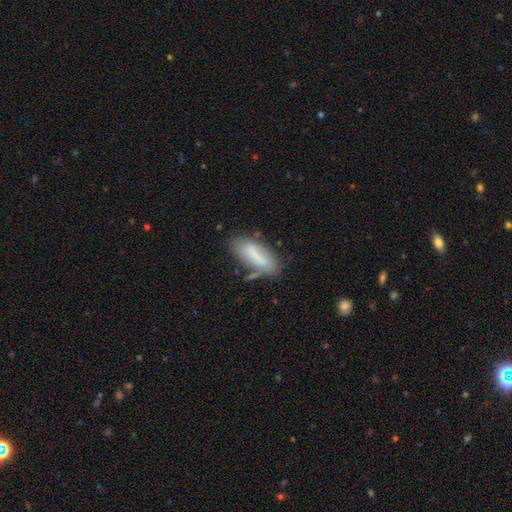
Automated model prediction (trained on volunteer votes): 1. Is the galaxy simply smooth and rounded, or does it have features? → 68% smooth, 24% featured or disk, 8% star or artifact.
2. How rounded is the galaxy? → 69% in between, 28% cigar-shaped, 2% round.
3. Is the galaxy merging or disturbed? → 55% none, 27% minor disturbance, 10% major disturbance, 8% merger.